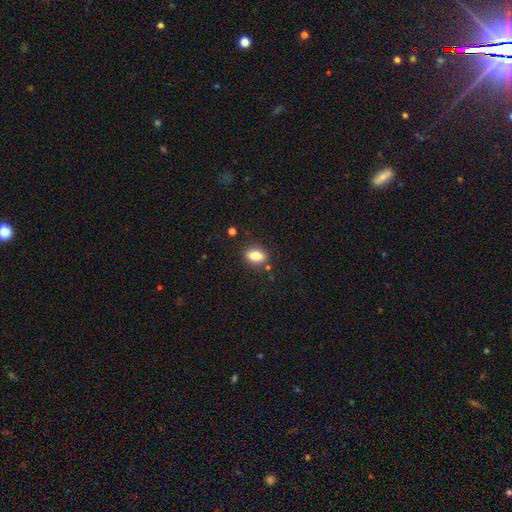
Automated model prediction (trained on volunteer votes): smooth 79%, featured or disk 13%, star or artifact 8%. Down the decision tree: how rounded — in between (80%); merging — none (84%).